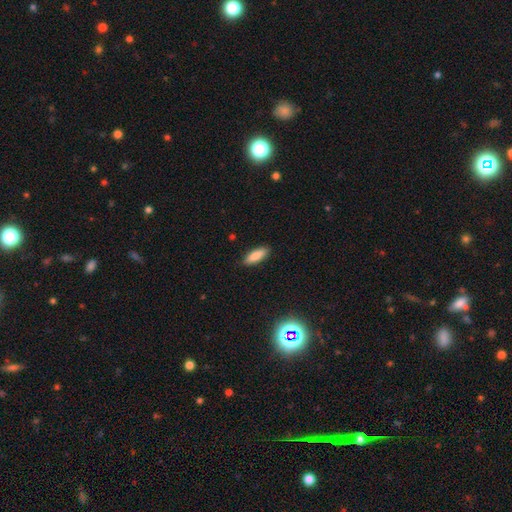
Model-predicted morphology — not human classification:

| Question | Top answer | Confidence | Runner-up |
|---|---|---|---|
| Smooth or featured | smooth | 85% | featured or disk (8%) |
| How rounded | in between | 60% | cigar-shaped (38%) |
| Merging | none | 88% | minor disturbance (9%) |